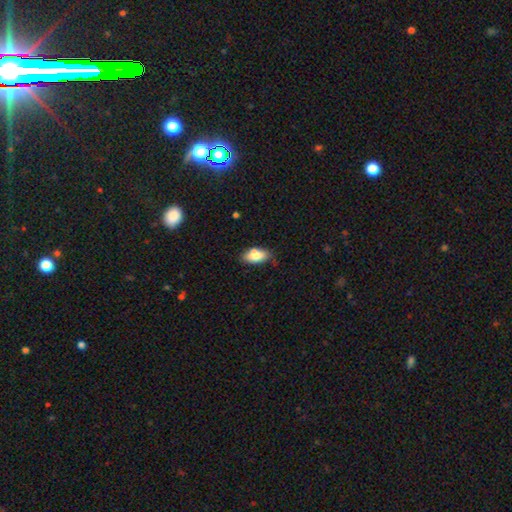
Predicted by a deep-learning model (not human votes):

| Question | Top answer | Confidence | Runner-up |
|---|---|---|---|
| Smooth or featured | smooth | 81% | featured or disk (11%) |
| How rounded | in between | 89% | cigar-shaped (7%) |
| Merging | none | 66% | minor disturbance (24%) |